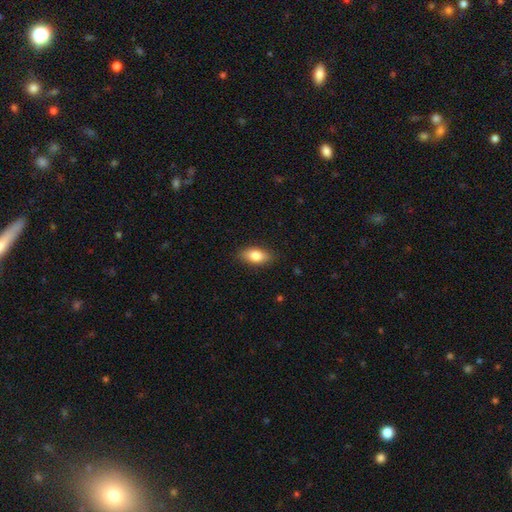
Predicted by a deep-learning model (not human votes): The model was most divided on "smooth or featured": smooth: 82%, featured or disk: 11%, star or artifact: 7%. More confident: how rounded — in between (88%); merging — none (87%).